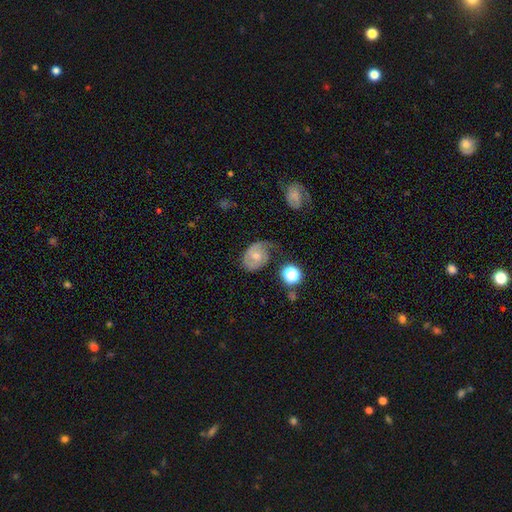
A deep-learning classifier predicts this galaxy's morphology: featured or disk 55%, smooth 36%, star or artifact 9%. Down the decision tree: edge-on disk — no (96%); bar — no (66%); spiral arms — yes (83%); bulge size — moderate (47%); merging — none (37%).